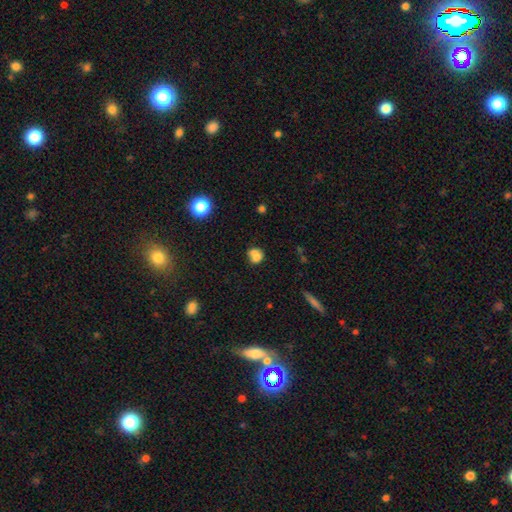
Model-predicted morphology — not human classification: Overall: smooth (70%). How rounded: round (66%; in between 32%). Merging: merger (53%; none 31%).